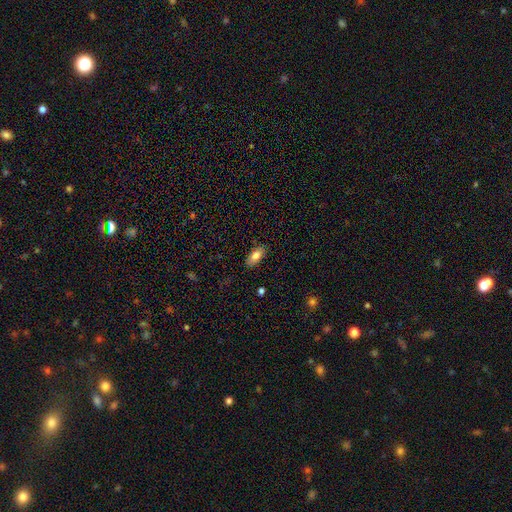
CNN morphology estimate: Smooth or featured?
  - smooth: 81% *
  - featured or disk: 12%
  - star or artifact: 7%
How rounded?
  - in between: 87% *
  - cigar-shaped: 10%
  - round: 3%
Merging?
  - none: 86% *
  - minor disturbance: 10%
  - major disturbance: 2%
  - merger: 1%